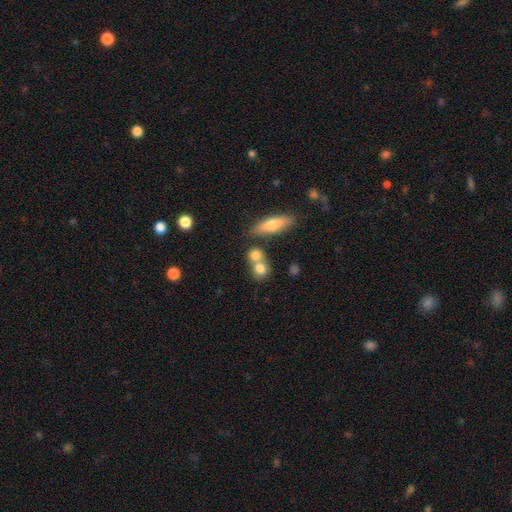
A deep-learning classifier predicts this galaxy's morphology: Smooth or featured: smooth — 77% (featured or disk — 13%)
How rounded: round — 67% (in between — 28%)
Merging: none — 45% (merger — 42%)